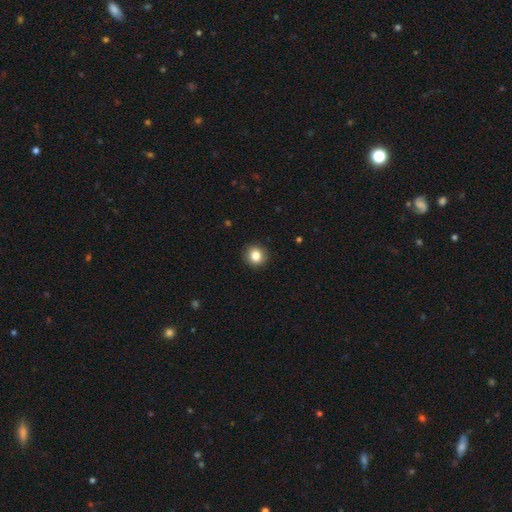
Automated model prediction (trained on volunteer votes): Smooth or featured? Predicted: smooth (p=0.84). How rounded? Predicted: round (p=0.90). Merging? Predicted: none (p=0.92).